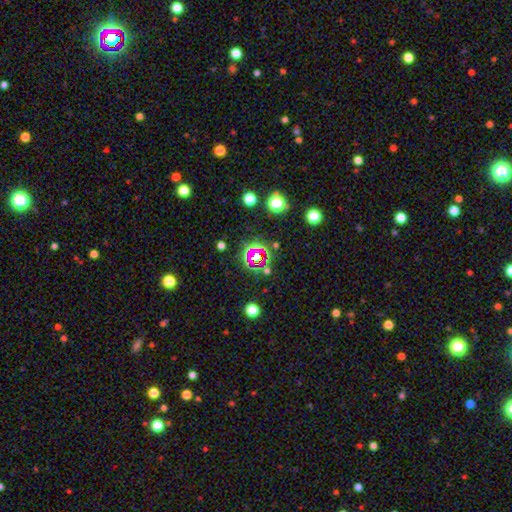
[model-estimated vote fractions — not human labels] smooth_or_featured: star or artifact (p=0.63) [alt: smooth p=0.23]